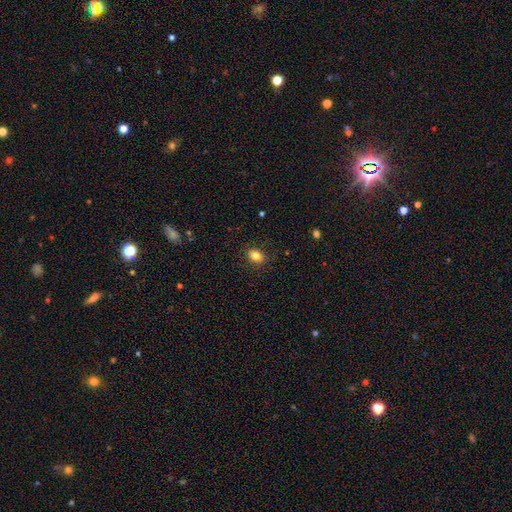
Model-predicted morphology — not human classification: smooth_or_featured: smooth (p=0.83) [alt: star or artifact p=0.10]
how_rounded: in between (p=0.70) [alt: round p=0.29]
merging: none (p=0.85) [alt: minor disturbance p=0.11]